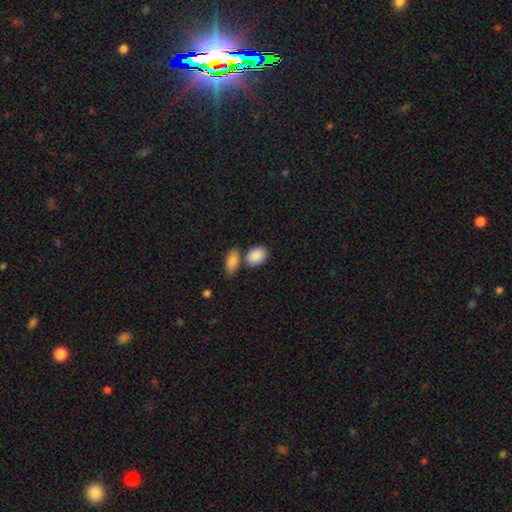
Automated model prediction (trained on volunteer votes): Smooth or featured?
  - smooth: 89% *
  - star or artifact: 6%
  - featured or disk: 5%
How rounded?
  - in between: 82% *
  - round: 16%
  - cigar-shaped: 2%
Merging?
  - none: 58% *
  - merger: 25%
  - minor disturbance: 13%
  - major disturbance: 4%